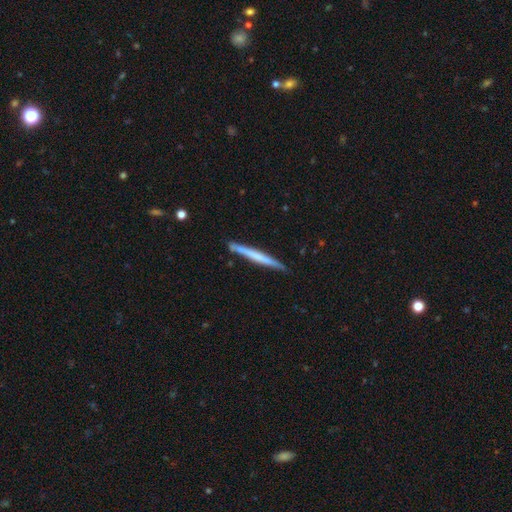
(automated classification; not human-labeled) Morphology: type=smooth (49%); merging=none (85%).